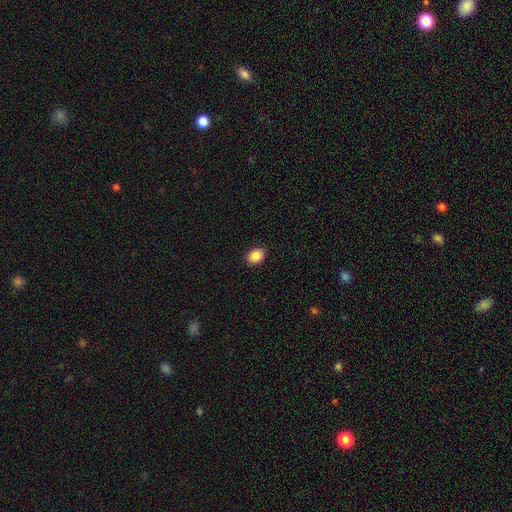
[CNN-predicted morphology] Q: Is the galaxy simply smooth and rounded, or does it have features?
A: smooth — 87%.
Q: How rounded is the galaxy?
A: in between — 59%.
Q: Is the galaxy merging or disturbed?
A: none — 90%.